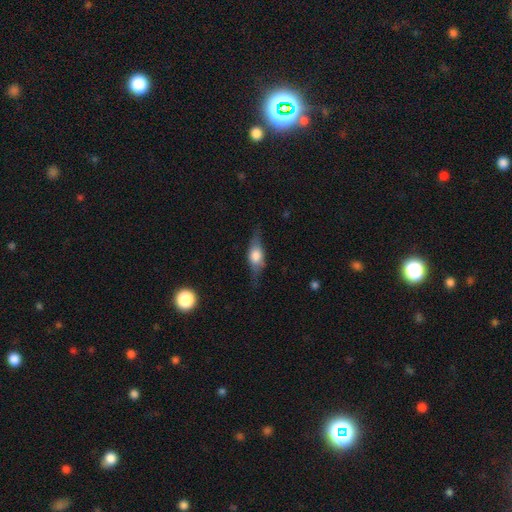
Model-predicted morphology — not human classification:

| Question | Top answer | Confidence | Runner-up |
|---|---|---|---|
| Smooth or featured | featured or disk | 50% | smooth (44%) |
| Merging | none | 74% | minor disturbance (19%) |